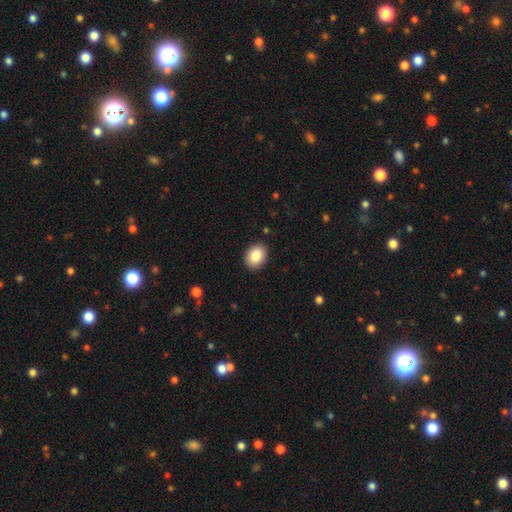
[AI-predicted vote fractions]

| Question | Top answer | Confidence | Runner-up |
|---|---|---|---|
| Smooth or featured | smooth | 86% | star or artifact (8%) |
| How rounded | in between | 64% | round (35%) |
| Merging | none | 90% | minor disturbance (7%) |